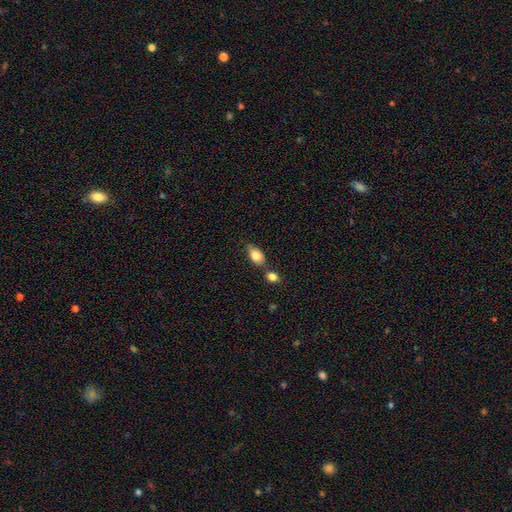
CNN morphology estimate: This is clearly a smooth galaxy (82%). How rounded: clearly in between (89%). Merging: likely none (61%).